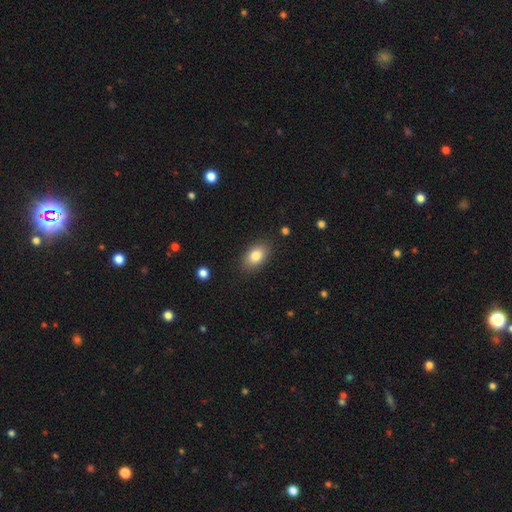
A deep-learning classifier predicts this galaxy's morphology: Smooth or featured? smooth (83%)
How rounded? in between (88%)
Merging? none (86%)